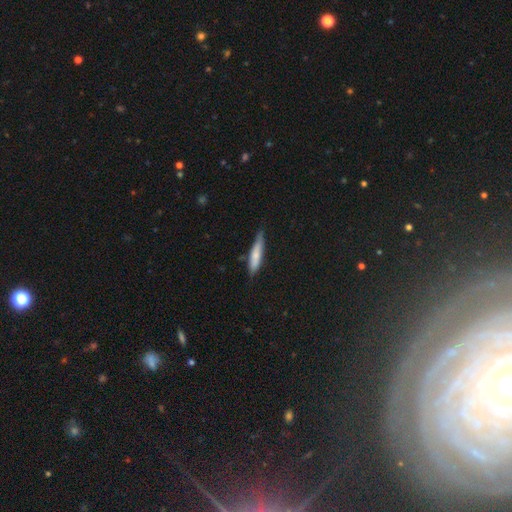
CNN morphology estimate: type=smooth (71%); roundness=cigar-shaped (83%); merging=none (73%).